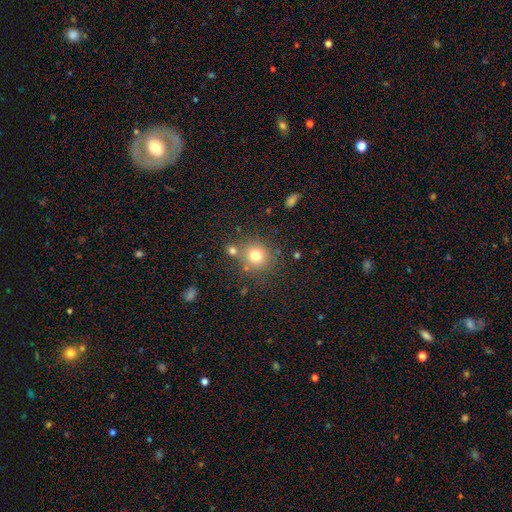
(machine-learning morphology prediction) smooth 76%, star or artifact 14%, featured or disk 10%. Down the decision tree: how rounded — round (87%); merging — none (71%).